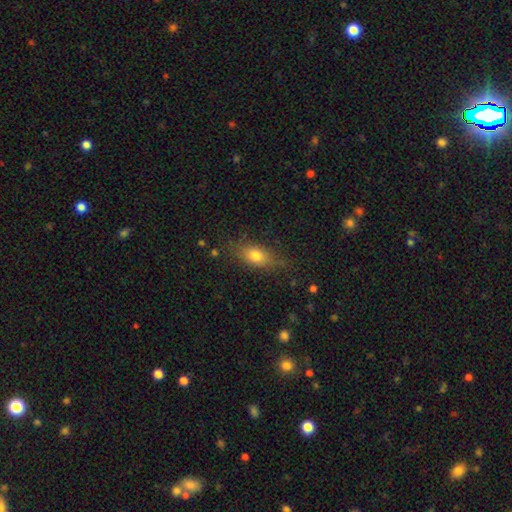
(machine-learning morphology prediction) smooth_or_featured: smooth (p=0.74) [alt: featured or disk p=0.16]
how_rounded: in between (p=0.74) [alt: round p=0.14]
merging: none (p=0.71) [alt: minor disturbance p=0.20]